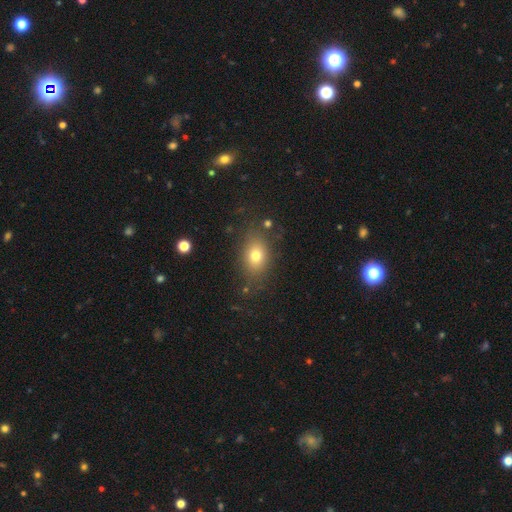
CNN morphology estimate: Smooth or featured? smooth (75%)
How rounded? in between (69%)
Merging? none (79%)